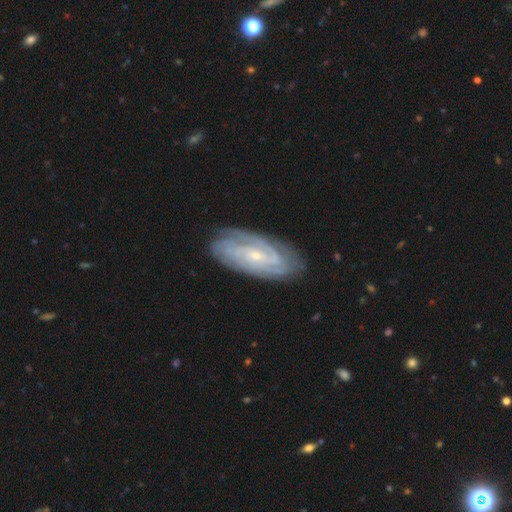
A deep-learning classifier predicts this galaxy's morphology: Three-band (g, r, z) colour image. It shows a featured or disk galaxy (83%) with no bar (46%), tight (68%) spiral arms (95%) and a small central bulge (76%). Merging: none (81%).